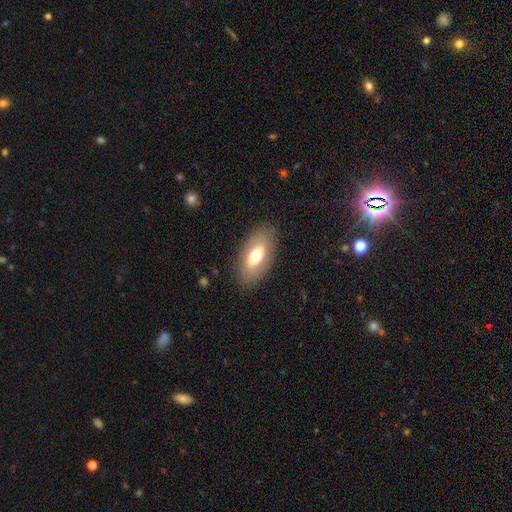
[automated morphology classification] Smooth or featured: smooth — 65% (featured or disk — 28%)
How rounded: in between — 91% (cigar-shaped — 5%)
Merging: none — 84% (minor disturbance — 11%)